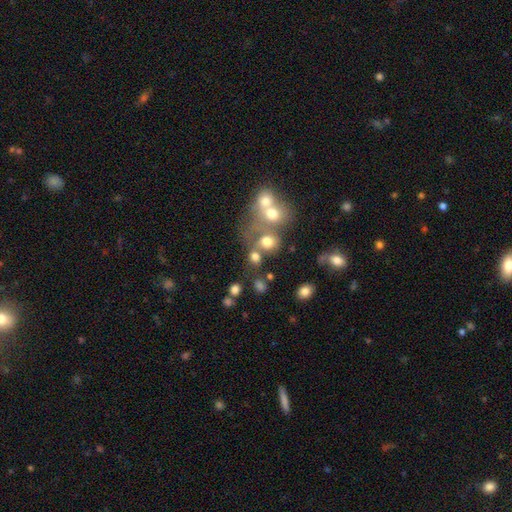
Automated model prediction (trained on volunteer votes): A smooth galaxy with no disk features (54%) that is round (71%).

Vote fractions:
- Smooth or featured? smooth: 54% / star or artifact: 23% / featured or disk: 23%
- How rounded? round: 71% / in between: 27% / cigar-shaped: 2%
- Merging? merger: 45% / none: 38% / minor disturbance: 9% / major disturbance: 7%